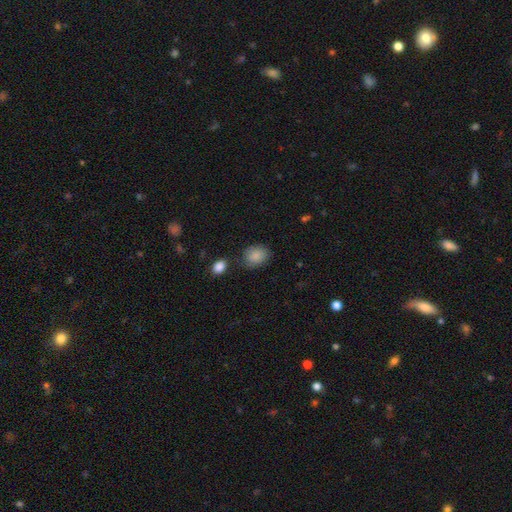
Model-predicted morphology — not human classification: Smooth or featured? Predicted: smooth (p=0.86). How rounded? Predicted: in between (p=0.52). Merging? Predicted: none (p=0.71).